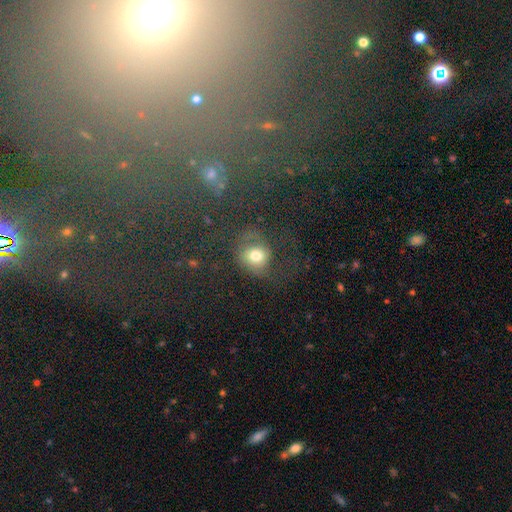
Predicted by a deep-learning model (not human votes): Morphology: type=smooth (59%); roundness=round (72%); merging=none (47%).